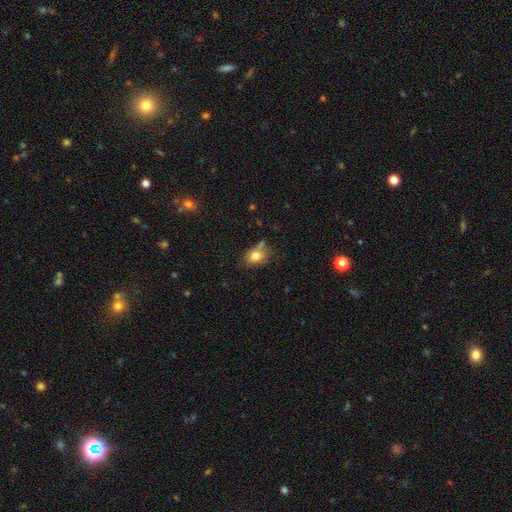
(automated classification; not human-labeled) This appears to be a smooth galaxy with no disk features (78%) that is in between round and cigar-shaped (55%). Merging: none (55%).